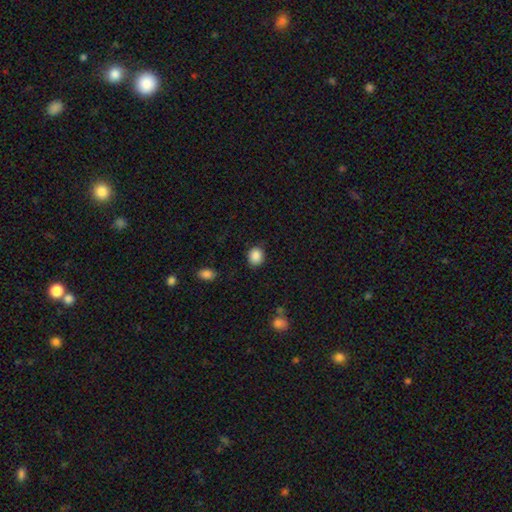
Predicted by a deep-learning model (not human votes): Smooth or featured? Predicted: smooth (p=0.88). How rounded? Predicted: round (p=0.66). Merging? Predicted: none (p=0.85).